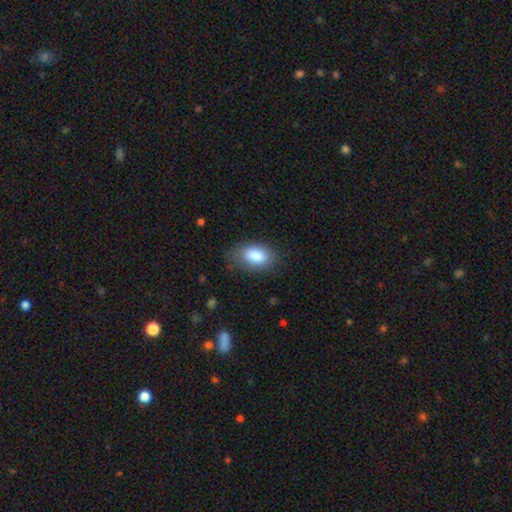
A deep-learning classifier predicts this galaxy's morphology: type=smooth (85%); roundness=in between (92%); merging=none (75%).